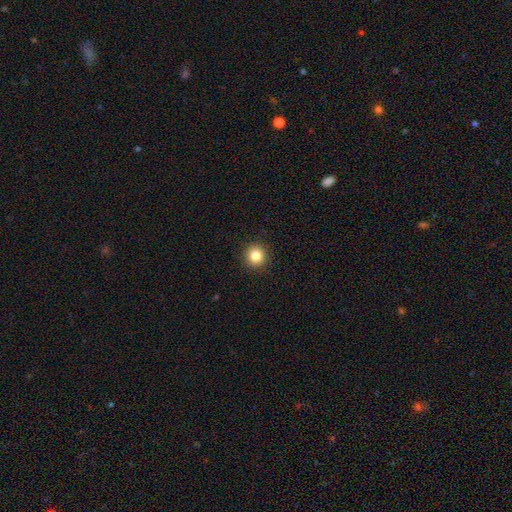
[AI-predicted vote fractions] This is clearly a smooth galaxy (84%). How rounded: clearly round (93%). Merging: clearly none (92%).